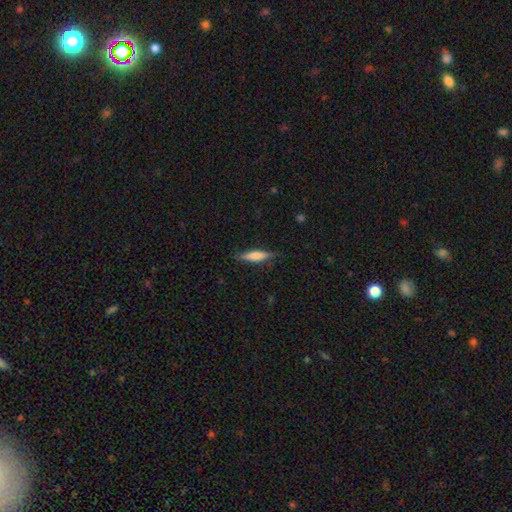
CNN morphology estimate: The model was most divided on "smooth or featured": smooth: 65%, featured or disk: 29%, star or artifact: 6%. More confident: merging — none (80%); how rounded — cigar-shaped (76%).